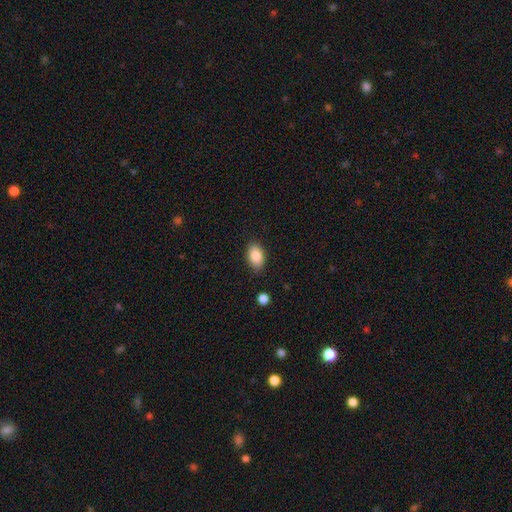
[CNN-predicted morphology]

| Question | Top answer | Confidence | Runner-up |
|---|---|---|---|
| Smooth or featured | smooth | 87% | star or artifact (7%) |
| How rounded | in between | 89% | round (9%) |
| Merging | none | 84% | minor disturbance (11%) |